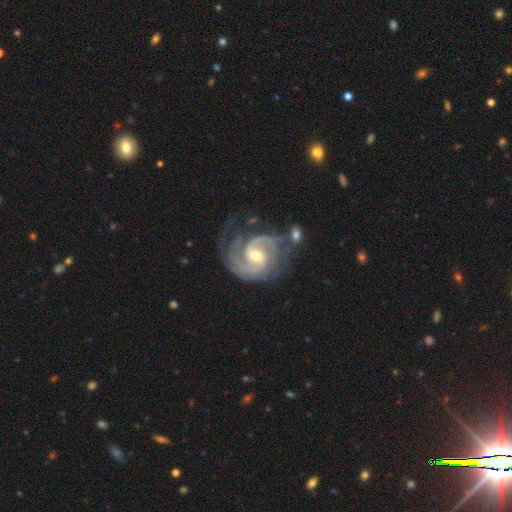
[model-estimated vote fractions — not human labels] Smooth or featured? featured or disk (93%)
Edge-on disk? no (98%)
Bar? weak (51%)
Spiral arms? yes (98%)
Spiral winding? tight (52%)
Spiral arm count? 2 (61%)
Bulge size? small (49%)
Merging? none (56%)